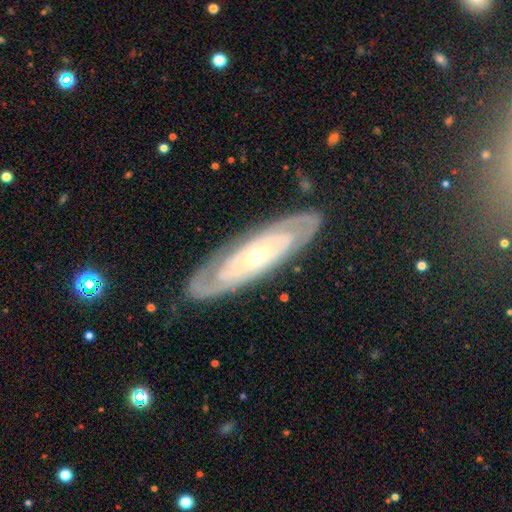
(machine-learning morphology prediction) Overall: featured or disk (82%). Edge-on disk: no (81%). Bar: no (74%). Spiral arms: yes (85%). Spiral arm count: can't tell (44%; 2 39%). Spiral winding: tight (76%). Bulge size: small (60%; moderate 36%). Merging: none (82%).